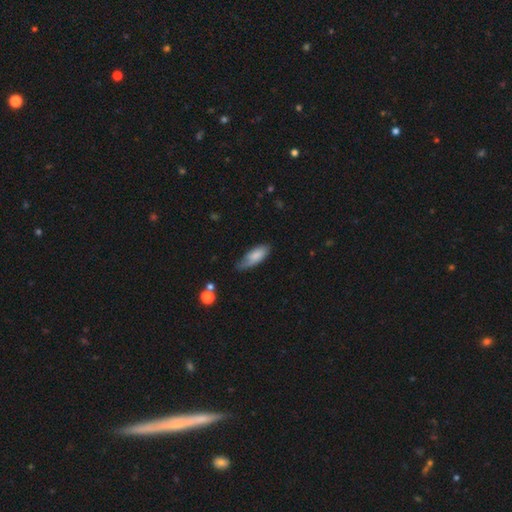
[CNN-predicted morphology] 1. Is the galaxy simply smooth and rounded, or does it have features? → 77% smooth, 16% featured or disk, 6% star or artifact.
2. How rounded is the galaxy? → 76% in between, 22% cigar-shaped, 2% round.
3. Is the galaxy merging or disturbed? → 54% none, 35% minor disturbance, 8% major disturbance, 2% merger.